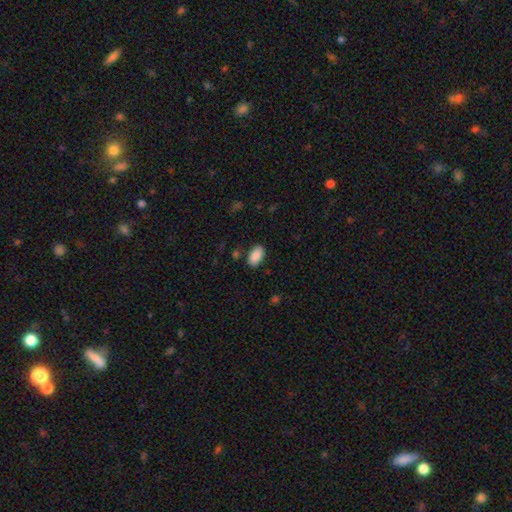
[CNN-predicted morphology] smooth 89%, star or artifact 7%, featured or disk 4%. Down the decision tree: how rounded — in between (94%); merging — none (84%).